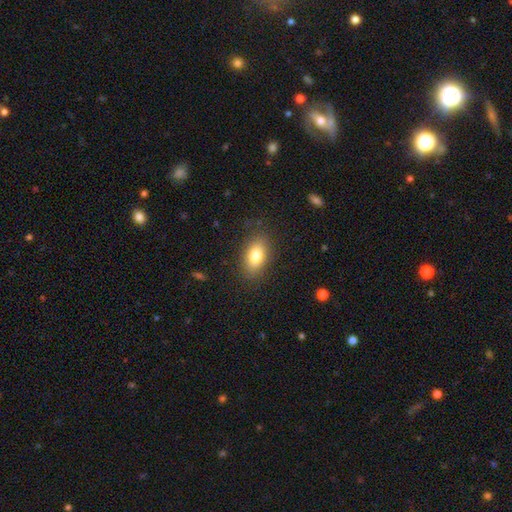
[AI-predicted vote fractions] Smooth or featured: smooth — 80% (featured or disk — 12%)
How rounded: in between — 89% (round — 7%)
Merging: none — 85% (minor disturbance — 11%)